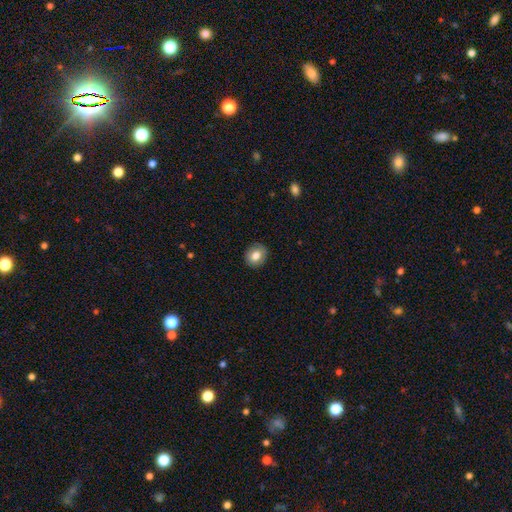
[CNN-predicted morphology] A smooth galaxy with no disk features (78%) that is round (61%). Merging: none (87%).